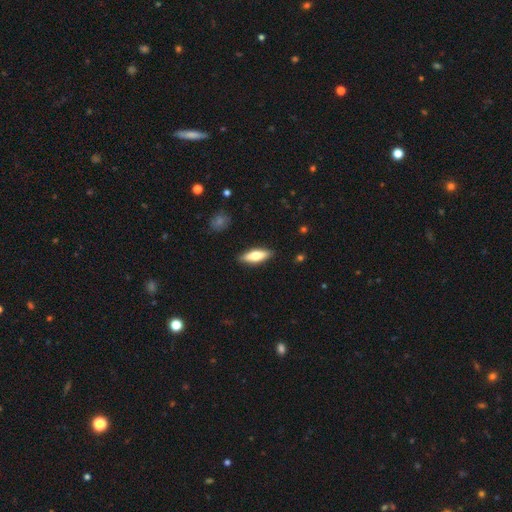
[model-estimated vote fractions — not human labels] smooth_or_featured: smooth (p=0.61) [alt: featured or disk p=0.33]
how_rounded: in between (p=0.58) [alt: cigar-shaped p=0.40]
merging: none (p=0.88) [alt: minor disturbance p=0.09]